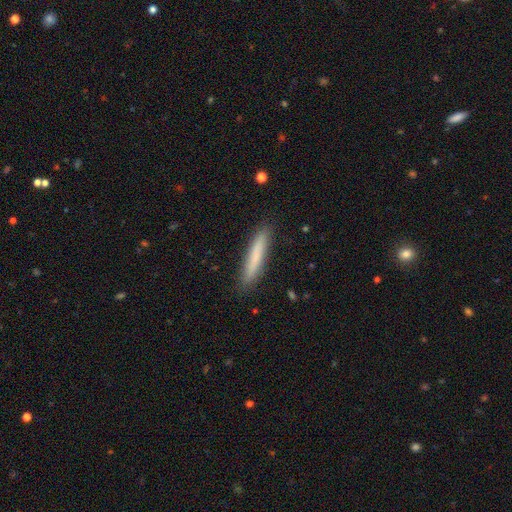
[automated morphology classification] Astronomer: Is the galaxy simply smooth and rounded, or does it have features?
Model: smooth — 77%.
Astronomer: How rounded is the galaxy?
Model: cigar-shaped — 94%.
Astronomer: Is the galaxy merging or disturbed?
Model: none — 89%.